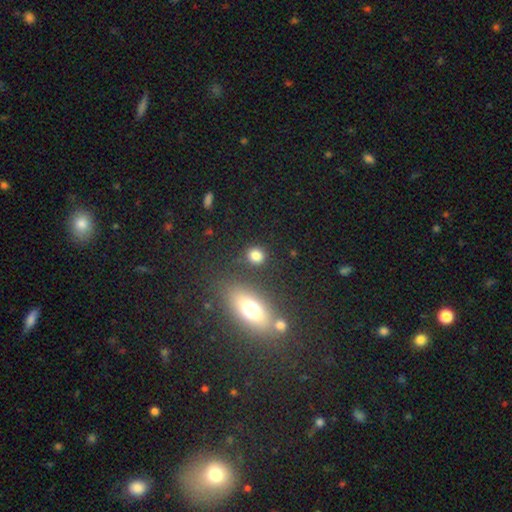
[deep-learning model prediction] Smooth or featured? smooth (80%)
How rounded? round (75%)
Merging? none (83%)